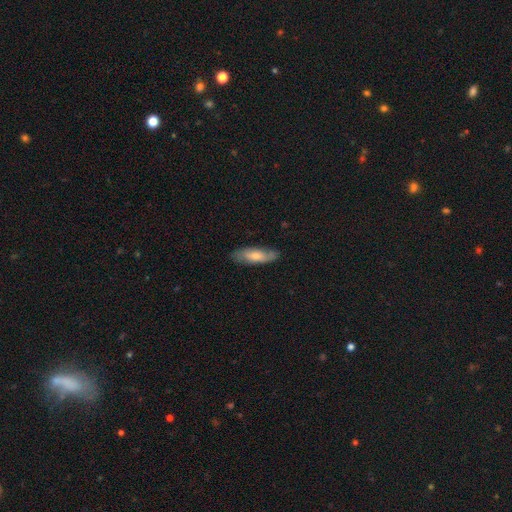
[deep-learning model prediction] Overall: smooth (61%; featured or disk 33%). How rounded: in between (56%; cigar-shaped 42%). Merging: none (77%).